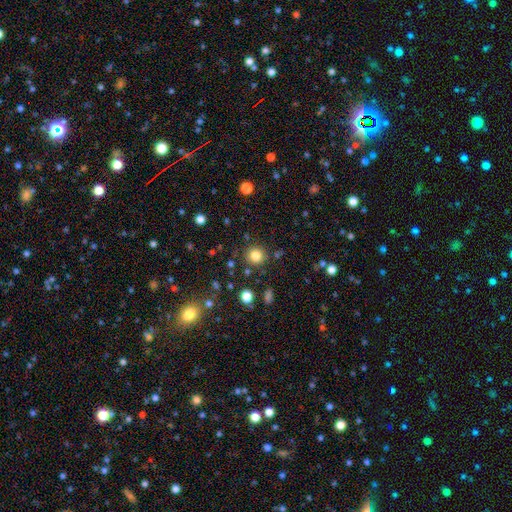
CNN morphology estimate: Smooth or featured? Predicted: smooth (p=0.82). How rounded? Predicted: round (p=0.91). Merging? Predicted: none (p=0.86).